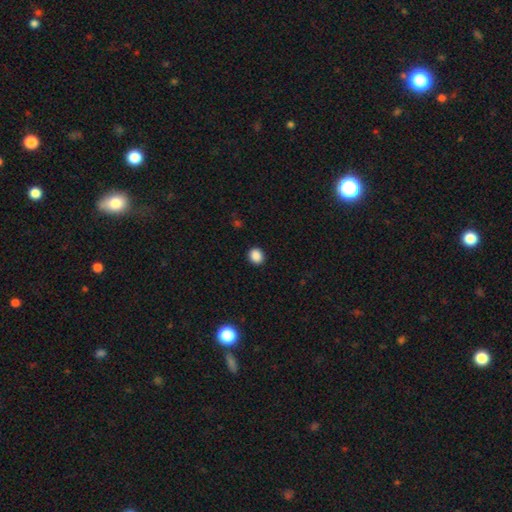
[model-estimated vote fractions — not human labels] Smooth or featured? smooth (88%)
How rounded? round (70%)
Merging? none (91%)